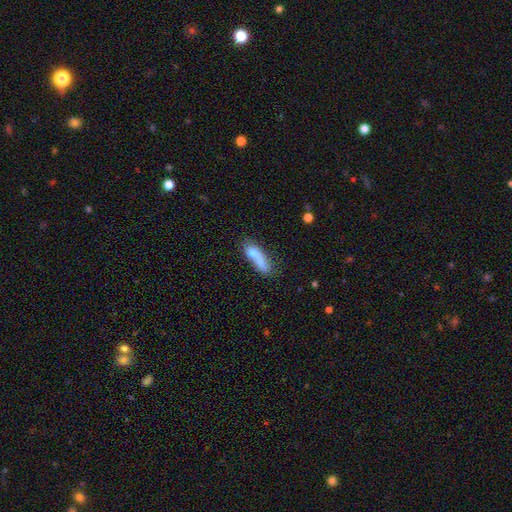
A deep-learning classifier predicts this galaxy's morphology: type=smooth (73%); roundness=cigar-shaped (48%, tied with in between); merging=none (38%).